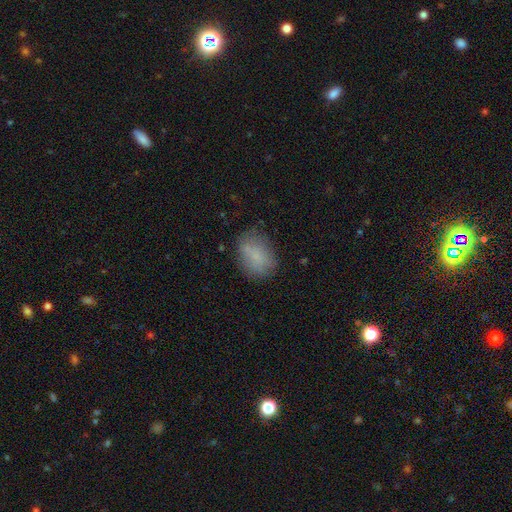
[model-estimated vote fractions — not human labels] Q: Smooth or featured?
A: smooth (74%); runner-up: featured or disk (16%)
Q: How rounded?
A: in between (73%); runner-up: round (25%)
Q: Merging?
A: none (69%); runner-up: minor disturbance (22%)